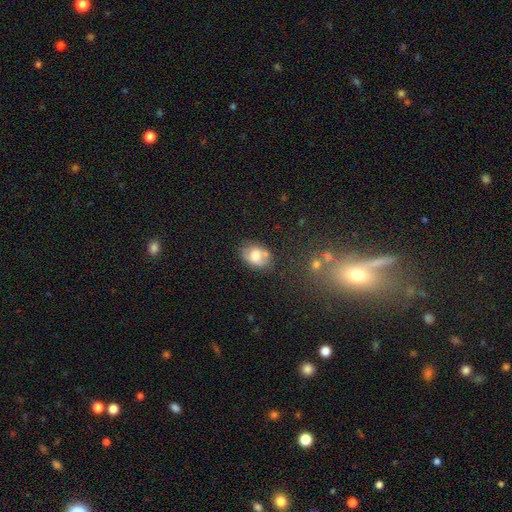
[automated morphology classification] Q: Smooth or featured?
A: smooth (65%); runner-up: featured or disk (26%)
Q: How rounded?
A: in between (71%); runner-up: round (28%)
Q: Merging?
A: none (63%); runner-up: minor disturbance (19%)